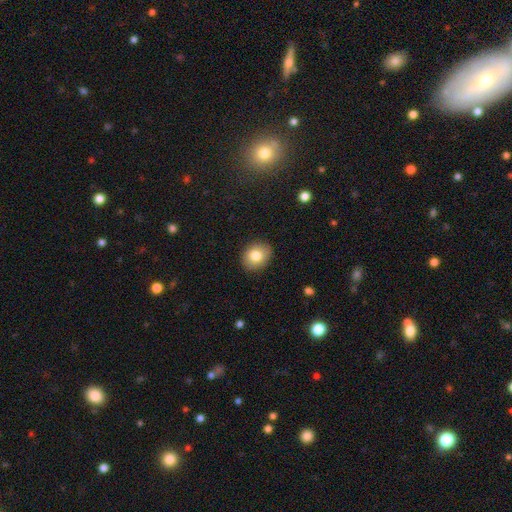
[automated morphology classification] A smooth galaxy with no disk features (81%) that is round (59%). Merging: none (88%).